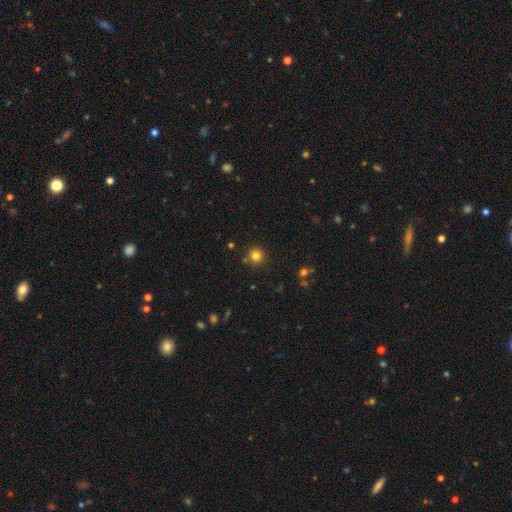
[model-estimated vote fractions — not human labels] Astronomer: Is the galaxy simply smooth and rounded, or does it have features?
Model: smooth — 81%.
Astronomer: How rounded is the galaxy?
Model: round — 94%.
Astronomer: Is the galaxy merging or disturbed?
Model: none — 85%.